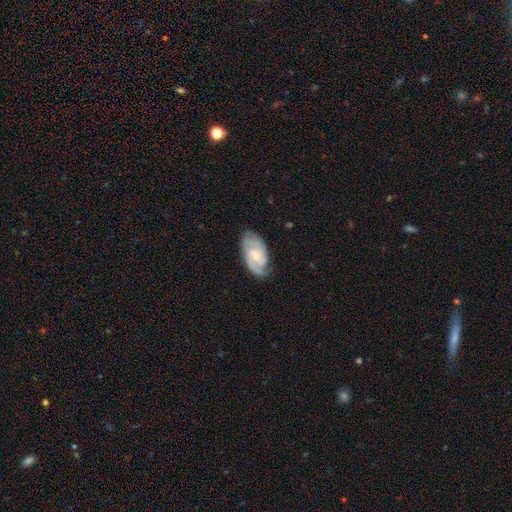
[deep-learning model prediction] Smooth or featured? Predicted: featured or disk (p=0.79). Edge-on disk? Predicted: no (p=0.96). Bar? Predicted: no (p=0.52). Spiral arms? Predicted: yes (p=0.95). Spiral winding? Predicted: tight (p=0.47). Spiral arm count? Predicted: 2 (p=0.54). Bulge size? Predicted: small (p=0.61). Merging? Predicted: none (p=0.73).